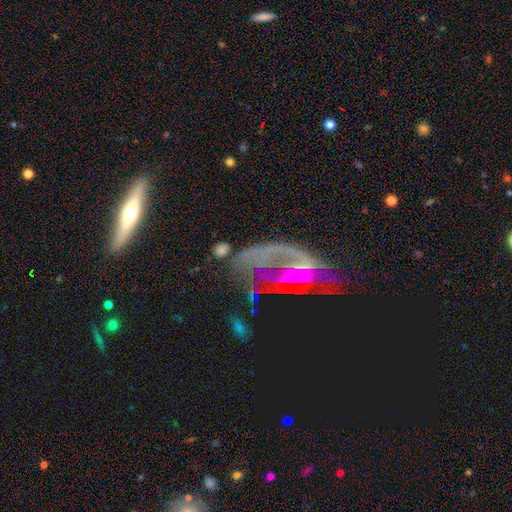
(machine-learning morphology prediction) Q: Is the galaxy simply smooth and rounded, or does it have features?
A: featured or disk — 70%.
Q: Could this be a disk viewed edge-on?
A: no — 86%.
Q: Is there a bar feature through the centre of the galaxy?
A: no — 57%.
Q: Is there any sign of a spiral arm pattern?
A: yes — 63%.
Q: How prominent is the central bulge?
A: small — 45%.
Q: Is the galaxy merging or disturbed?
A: major disturbance — 34%.